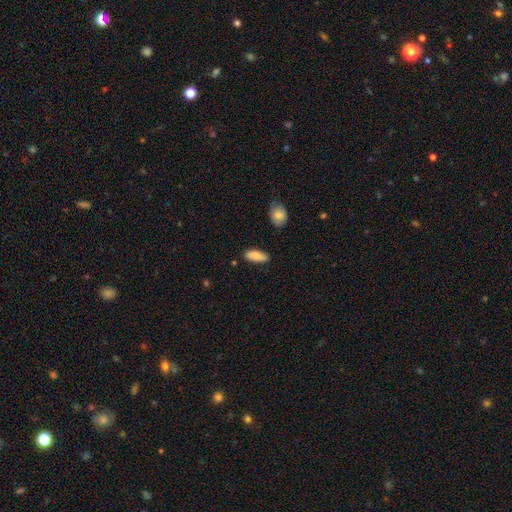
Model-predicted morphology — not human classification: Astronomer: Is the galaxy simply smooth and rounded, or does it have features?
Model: smooth — 84%.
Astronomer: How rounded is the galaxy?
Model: in between — 81%.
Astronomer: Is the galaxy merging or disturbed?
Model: none — 82%.